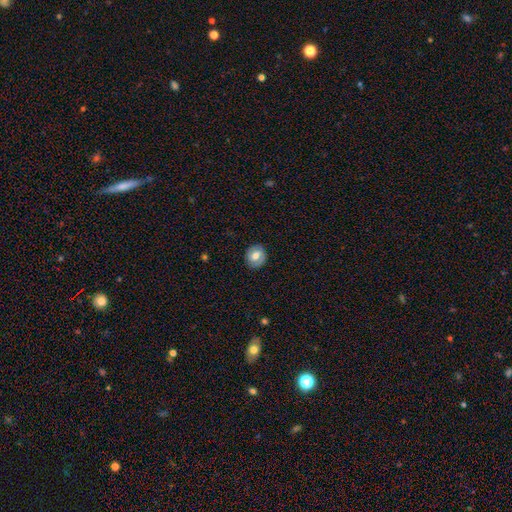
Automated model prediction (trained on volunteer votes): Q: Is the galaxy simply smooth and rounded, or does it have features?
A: smooth — 56%.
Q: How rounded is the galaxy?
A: round — 73%.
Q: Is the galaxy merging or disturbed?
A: none — 85%.